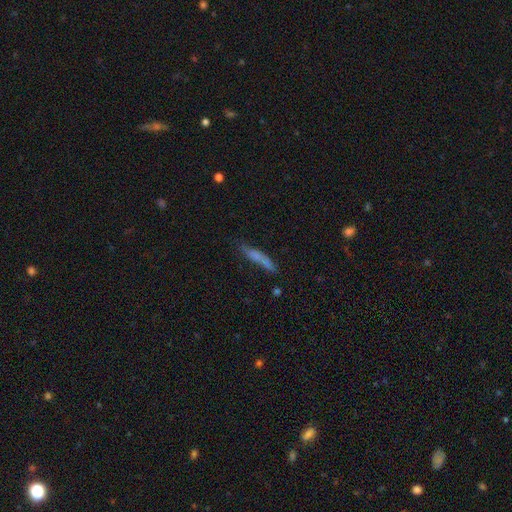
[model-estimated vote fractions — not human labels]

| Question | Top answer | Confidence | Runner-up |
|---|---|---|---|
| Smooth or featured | smooth | 58% | featured or disk (31%) |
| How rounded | cigar-shaped | 90% | in between (8%) |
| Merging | none | 64% | minor disturbance (23%) |